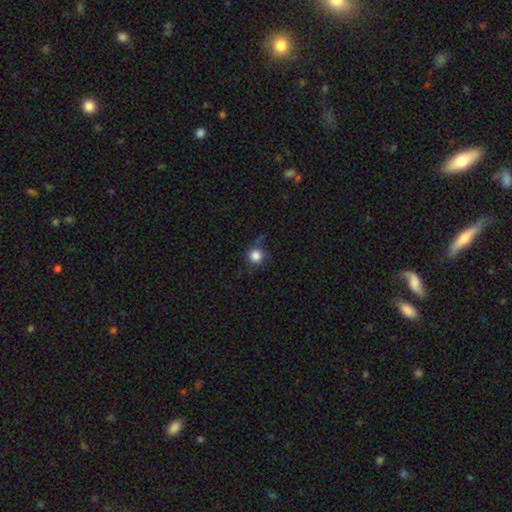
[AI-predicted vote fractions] Smooth or featured? Predicted: smooth (p=0.84). How rounded? Predicted: round (p=0.94). Merging? Predicted: none (p=0.76).